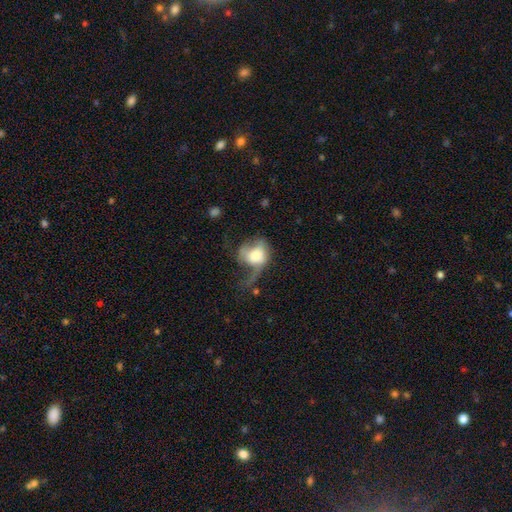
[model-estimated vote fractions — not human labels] Smooth or featured?
  - smooth: 57% *
  - featured or disk: 35%
  - star or artifact: 8%
How rounded?
  - in between: 52% *
  - round: 47%
  - cigar-shaped: 2%
Merging?
  - major disturbance: 53% *
  - none: 20%
  - minor disturbance: 20%
  - merger: 6%